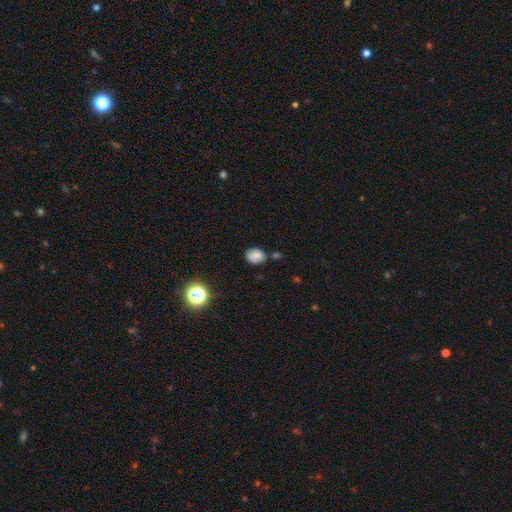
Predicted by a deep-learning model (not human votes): smooth-or-featured: smooth: 78% | star or artifact: 13% | featured or disk: 9%
  how-rounded: in between: 59% | round: 40% | cigar-shaped: 1%
  merging: none: 63% | minor disturbance: 22% | merger: 11% | major disturbance: 5%